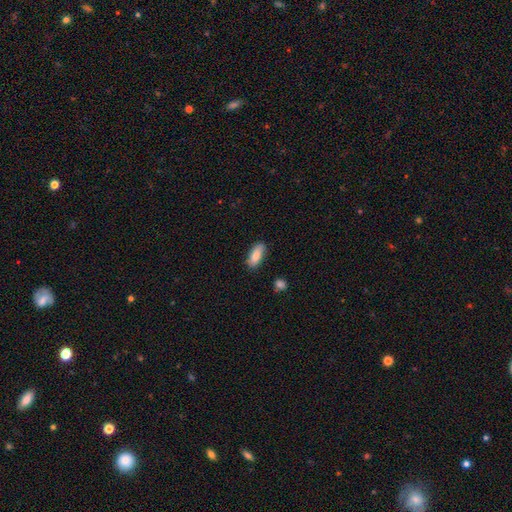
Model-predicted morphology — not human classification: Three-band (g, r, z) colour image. It shows a smooth galaxy with no disk features (85%) that is in between round and cigar-shaped (81%). Merging: none (80%).